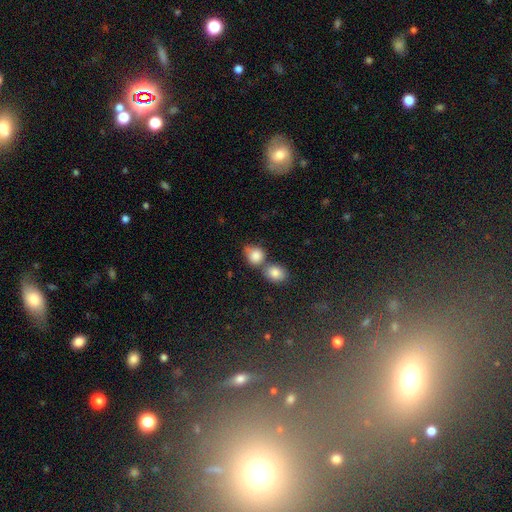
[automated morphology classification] Smooth or featured? Predicted: smooth (p=0.84). How rounded? Predicted: round (p=0.64). Merging? Predicted: merger (p=0.44).